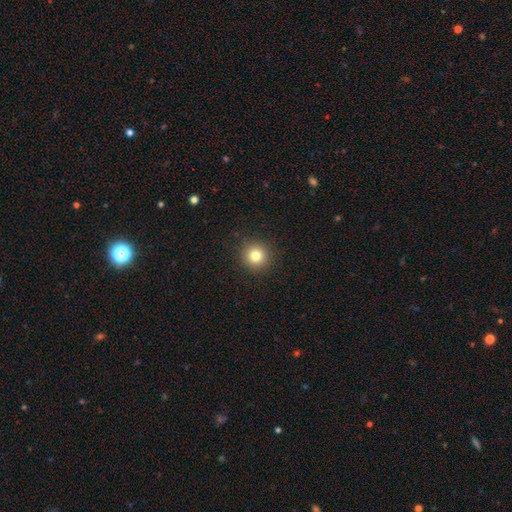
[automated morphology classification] type=smooth (80%); roundness=round (95%); merging=none (91%).